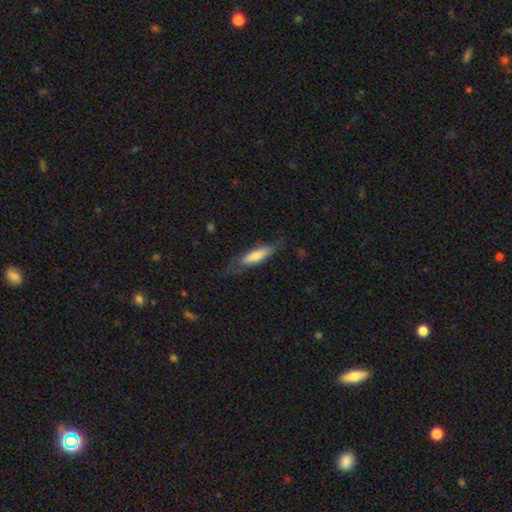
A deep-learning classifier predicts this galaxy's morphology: This appears to be a smooth galaxy with no disk features (66%) that is cigar-shaped (65%). Merging: none (63%).